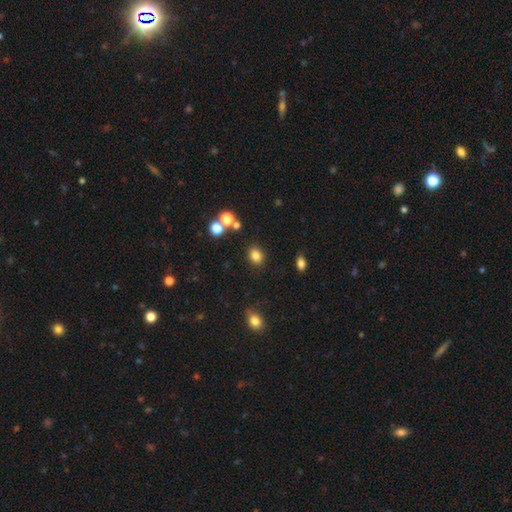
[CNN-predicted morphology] Smooth or featured: smooth — 82% (star or artifact — 13%)
How rounded: round — 51% (in between — 47%)
Merging: none — 83% (minor disturbance — 9%)